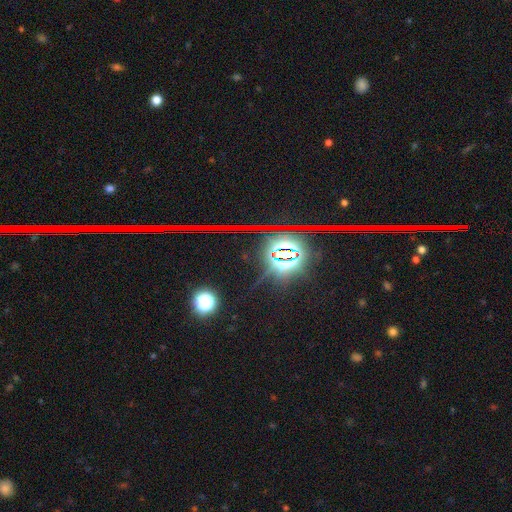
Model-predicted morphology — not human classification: Smooth or featured?
  - star or artifact: 81% *
  - smooth: 11%
  - featured or disk: 9%